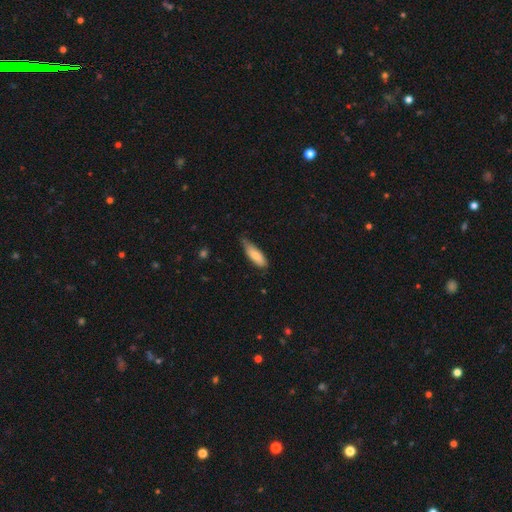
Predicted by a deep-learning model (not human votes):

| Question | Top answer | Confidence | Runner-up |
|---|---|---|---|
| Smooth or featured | smooth | 81% | featured or disk (13%) |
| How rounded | in between | 56% | cigar-shaped (42%) |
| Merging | none | 60% | minor disturbance (34%) |